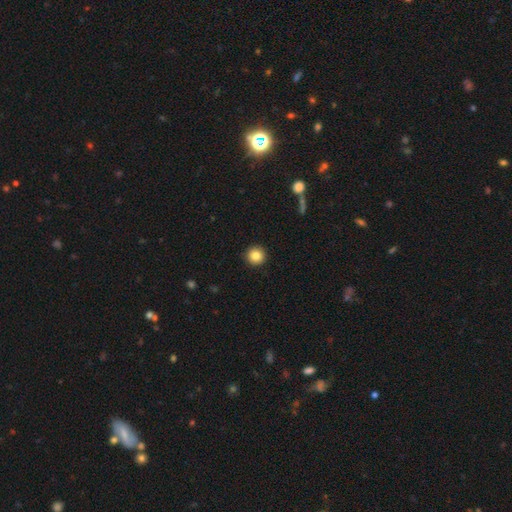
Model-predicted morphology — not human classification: Q: Smooth or featured?
A: smooth (85%); runner-up: star or artifact (10%)
Q: How rounded?
A: round (95%); runner-up: in between (4%)
Q: Merging?
A: none (93%); runner-up: minor disturbance (4%)